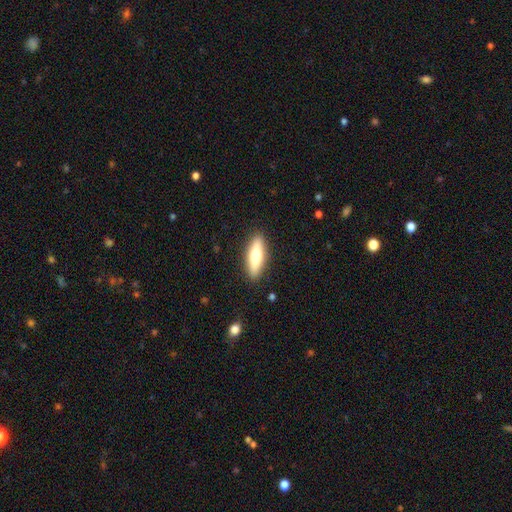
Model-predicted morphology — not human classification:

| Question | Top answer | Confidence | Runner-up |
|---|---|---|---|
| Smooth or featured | smooth | 68% | featured or disk (26%) |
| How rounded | cigar-shaped | 52% | in between (46%) |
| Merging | none | 89% | minor disturbance (8%) |